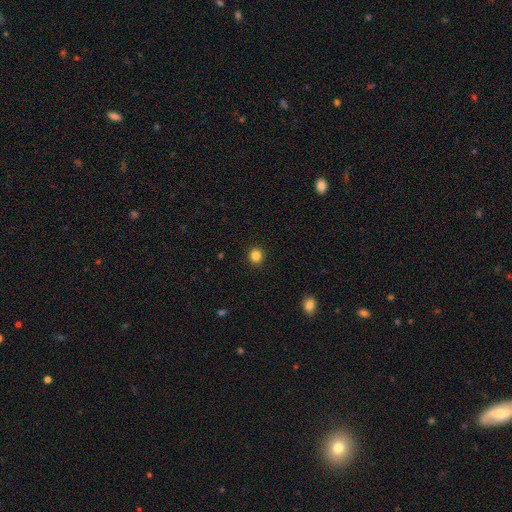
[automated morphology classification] Q: Smooth or featured?
A: smooth (85%); runner-up: star or artifact (11%)
Q: How rounded?
A: round (91%); runner-up: in between (8%)
Q: Merging?
A: none (92%); runner-up: minor disturbance (5%)